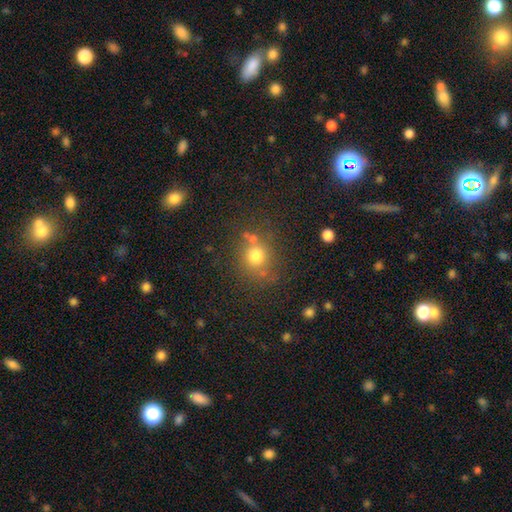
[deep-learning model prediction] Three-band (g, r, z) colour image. It shows a smooth galaxy with no disk features (74%) that is round (83%). Merging: none (68%).